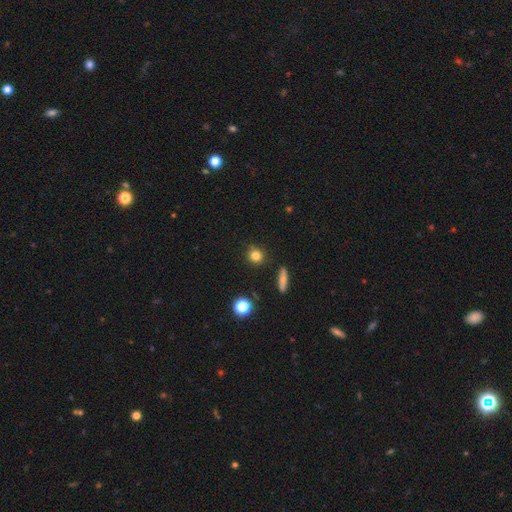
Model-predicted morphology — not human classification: Overall: smooth (80%). How rounded: round (87%). Merging: none (87%).